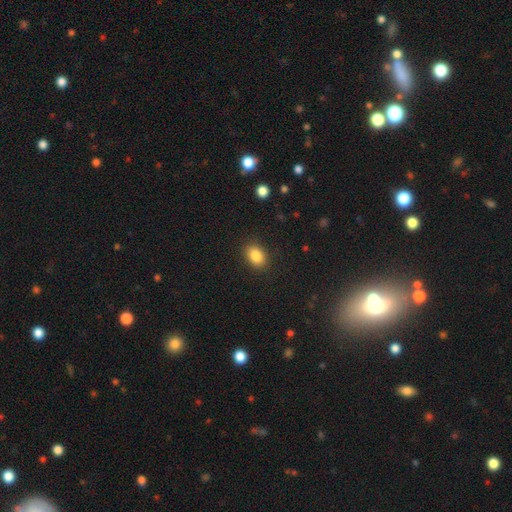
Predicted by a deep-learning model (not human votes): smooth 86%, star or artifact 9%, featured or disk 5%. Down the decision tree: how rounded — in between (73%); merging — none (88%).